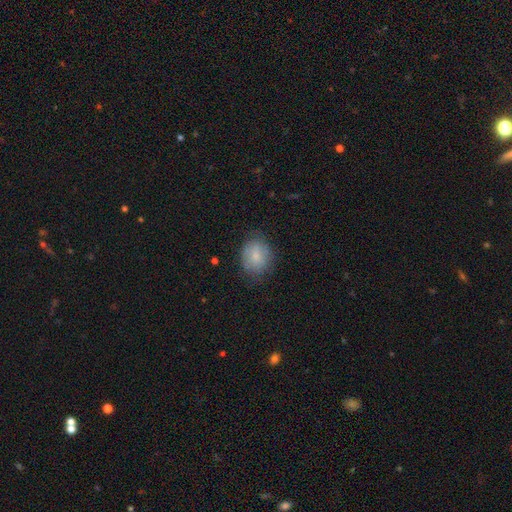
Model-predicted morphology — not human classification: Overall: smooth (77%). How rounded: round (55%; in between 44%). Merging: none (74%).